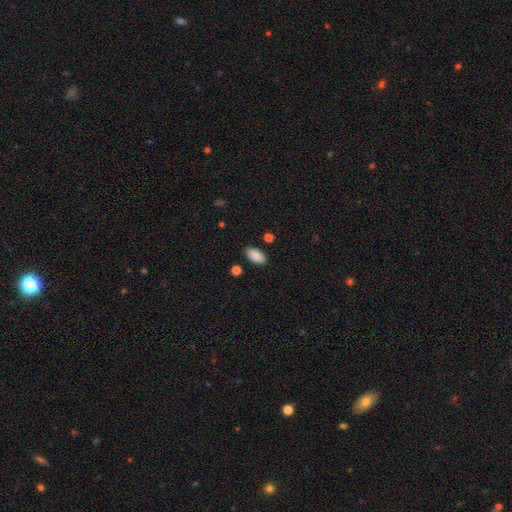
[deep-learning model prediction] A smooth galaxy with no disk features (89%) that is in between round and cigar-shaped (94%).

Vote fractions:
- Smooth or featured? smooth: 89% / star or artifact: 7% / featured or disk: 4%
- How rounded? in between: 94% / round: 3% / cigar-shaped: 3%
- Merging? none: 85% / minor disturbance: 10% / major disturbance: 2% / merger: 2%